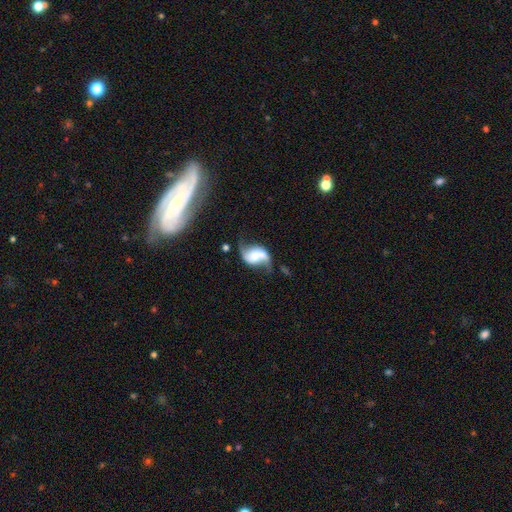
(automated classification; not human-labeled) This appears to be a featured or disk galaxy (74%) with no bar (49%), 2 (88%) loose (72%) spiral arms (91%) and a moderate central bulge (36%). Merging: none (49%).